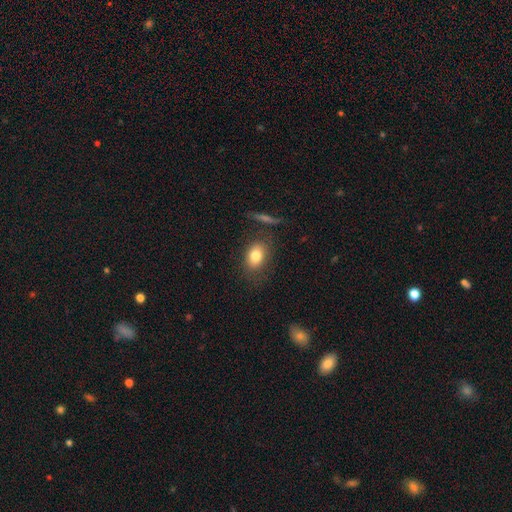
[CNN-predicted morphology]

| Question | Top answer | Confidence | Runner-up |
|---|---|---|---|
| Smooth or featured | smooth | 79% | featured or disk (11%) |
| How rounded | in between | 72% | round (26%) |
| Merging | none | 76% | minor disturbance (14%) |